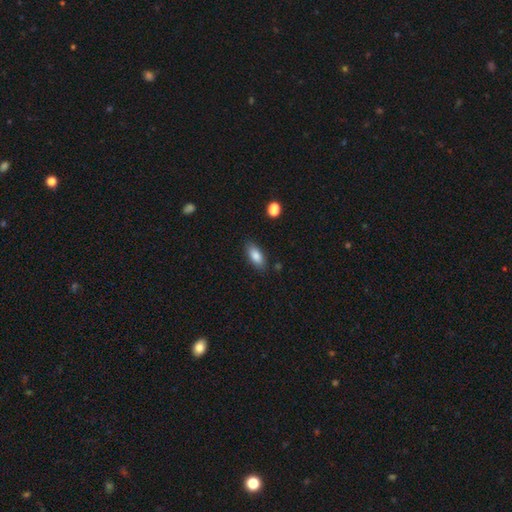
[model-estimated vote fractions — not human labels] A smooth galaxy with no disk features (83%) that is in between round and cigar-shaped (84%). Merging: none (83%).